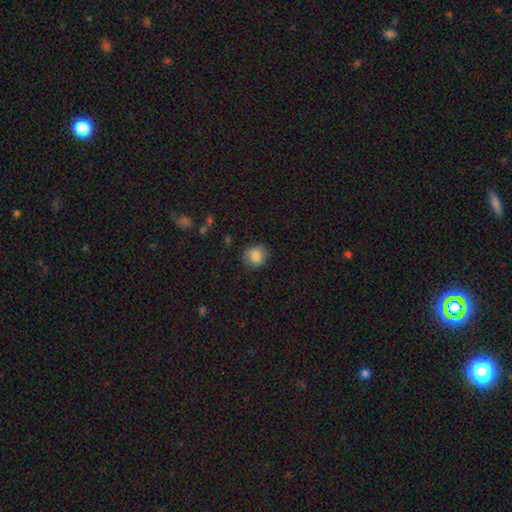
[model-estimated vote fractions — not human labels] Overall: smooth (82%). How rounded: round (81%). Merging: none (84%).